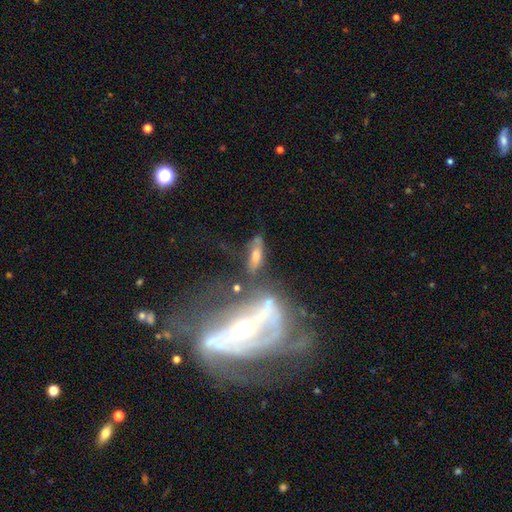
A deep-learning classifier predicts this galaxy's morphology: Overall: featured or disk (54%; smooth 35%). Edge-on disk: no (54%; yes 46%). Merging: none (47%; minor disturbance 20%).